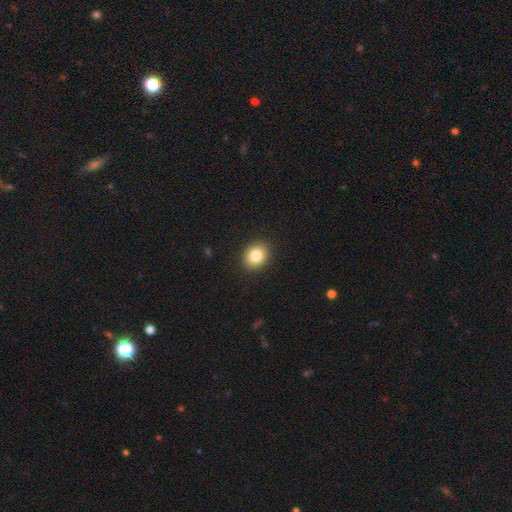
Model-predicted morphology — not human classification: type=smooth (83%); roundness=round (55%); merging=none (91%).